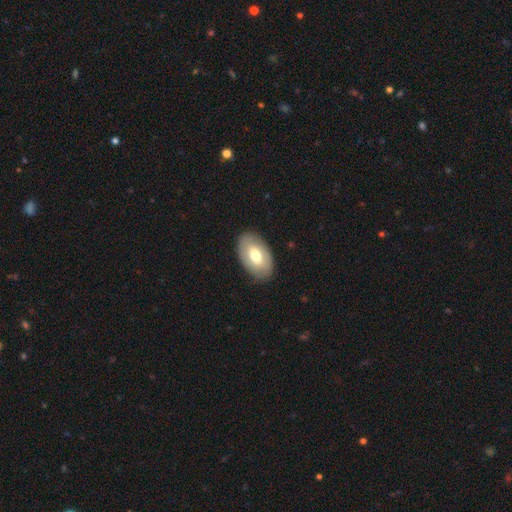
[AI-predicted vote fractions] smooth 61%, featured or disk 33%, star or artifact 6%. Down the decision tree: how rounded — in between (92%); merging — none (85%).